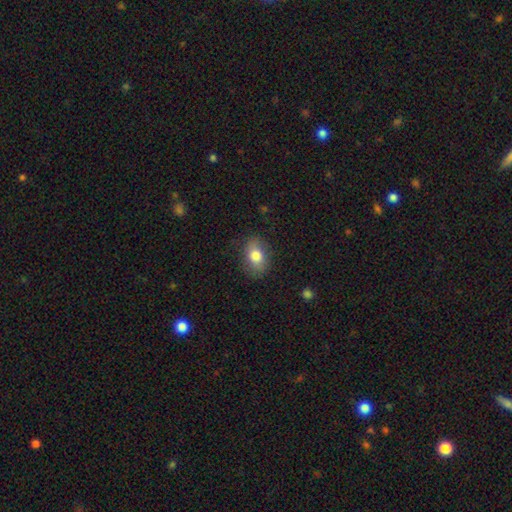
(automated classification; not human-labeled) smooth 78%, featured or disk 14%, star or artifact 8%. Down the decision tree: how rounded — in between (78%); merging — none (81%).